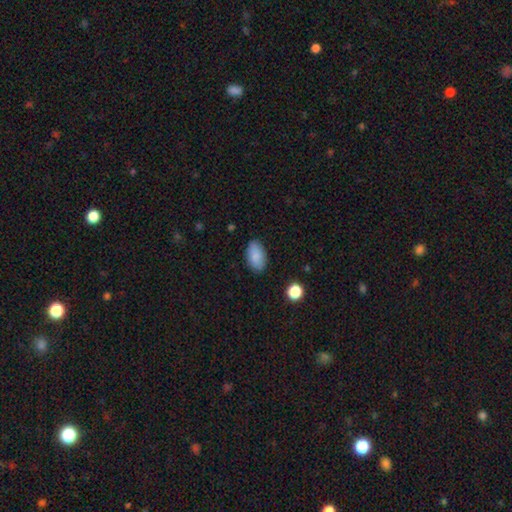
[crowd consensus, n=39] Smooth or featured?
  - smooth: 95% *
  - featured or disk: 3%
  - star or artifact: 3%
How rounded?
  - in between: 92% *
  - round: 5%
  - cigar-shaped: 3%
Merging?
  - none: 89% *
  - minor disturbance: 5%
  - major disturbance: 5%
  - merger: 0%